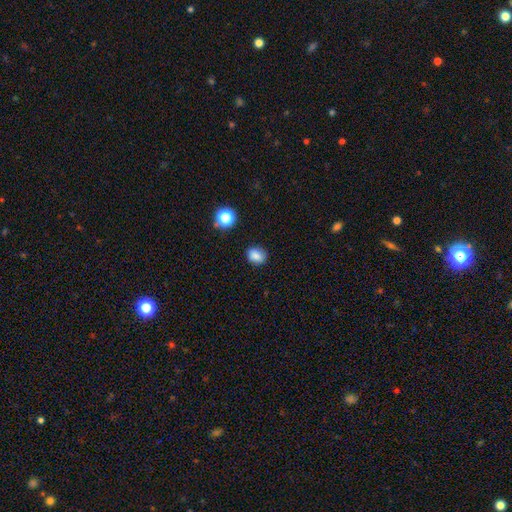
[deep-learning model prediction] A smooth galaxy with no disk features (83%) that is round (50%).

Vote fractions:
- Smooth or featured? smooth: 83% / star or artifact: 12% / featured or disk: 5%
- How rounded? round: 50% / in between: 49% / cigar-shaped: 1%
- Merging? none: 81% / minor disturbance: 14% / major disturbance: 3% / merger: 2%